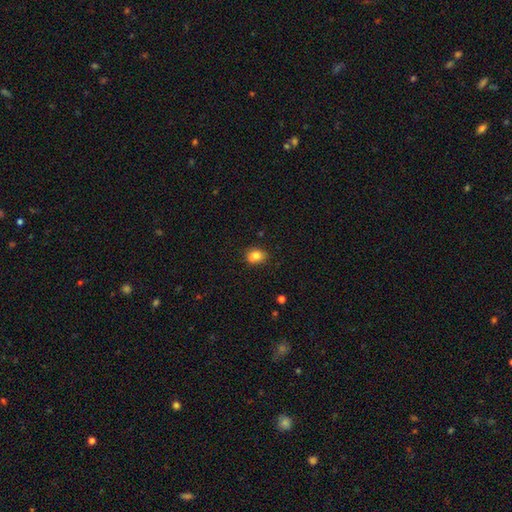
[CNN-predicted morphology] This is clearly a smooth galaxy (82%). How rounded: possibly round (54%). Merging: clearly none (80%).